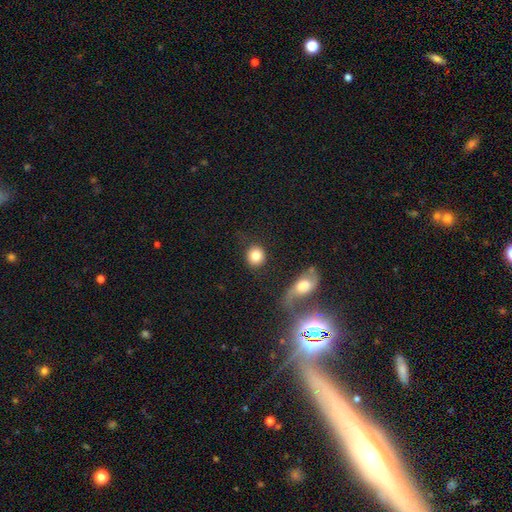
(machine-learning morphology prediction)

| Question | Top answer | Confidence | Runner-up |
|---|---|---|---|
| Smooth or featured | smooth | 82% | featured or disk (9%) |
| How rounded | round | 86% | in between (13%) |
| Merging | none | 79% | minor disturbance (10%) |